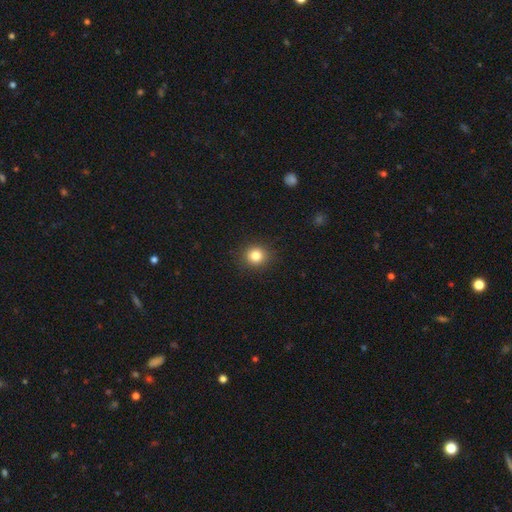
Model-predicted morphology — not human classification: Smooth or featured?
  - smooth: 83% *
  - star or artifact: 11%
  - featured or disk: 6%
How rounded?
  - round: 89% *
  - in between: 10%
  - cigar-shaped: 1%
Merging?
  - none: 91% *
  - minor disturbance: 6%
  - major disturbance: 2%
  - merger: 1%